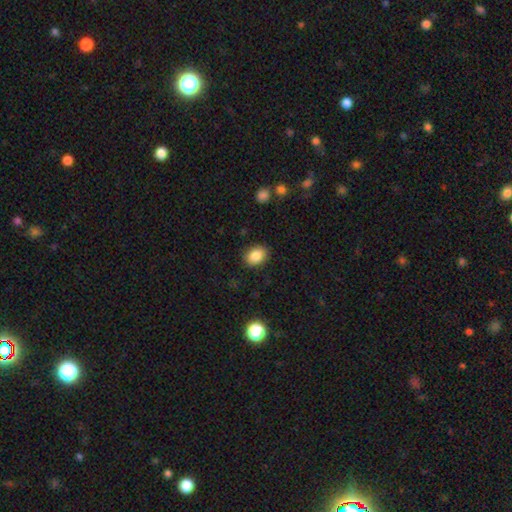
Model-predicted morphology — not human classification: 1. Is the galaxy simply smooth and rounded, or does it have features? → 86% smooth, 9% star or artifact, 5% featured or disk.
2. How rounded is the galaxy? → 67% in between, 32% round, 1% cigar-shaped.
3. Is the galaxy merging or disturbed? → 87% none, 9% minor disturbance, 3% major disturbance, 1% merger.